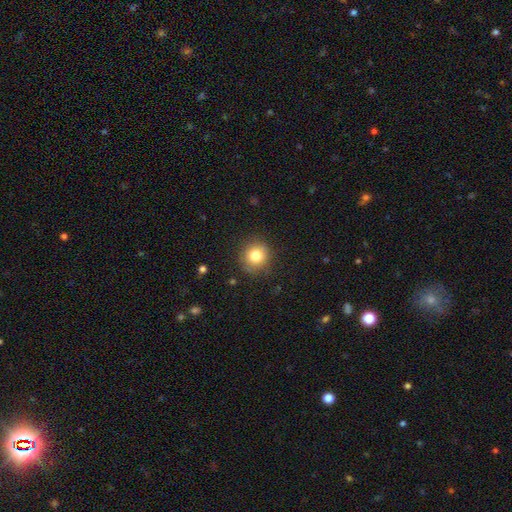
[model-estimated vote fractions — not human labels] A smooth galaxy with no disk features (80%) that is round (91%).

Vote fractions:
- Smooth or featured? smooth: 80% / star or artifact: 11% / featured or disk: 9%
- How rounded? round: 91% / in between: 9% / cigar-shaped: 1%
- Merging? none: 87% / minor disturbance: 9% / major disturbance: 3% / merger: 1%